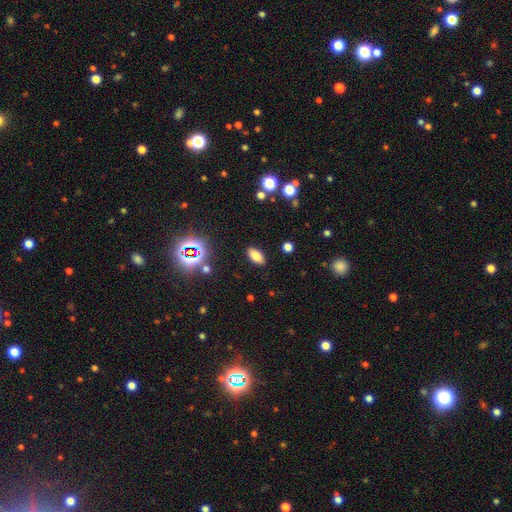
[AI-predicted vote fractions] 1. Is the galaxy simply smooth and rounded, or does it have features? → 75% smooth, 16% star or artifact, 10% featured or disk.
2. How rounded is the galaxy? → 91% in between, 5% round, 4% cigar-shaped.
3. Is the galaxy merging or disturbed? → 88% none, 8% minor disturbance, 3% major disturbance, 2% merger.